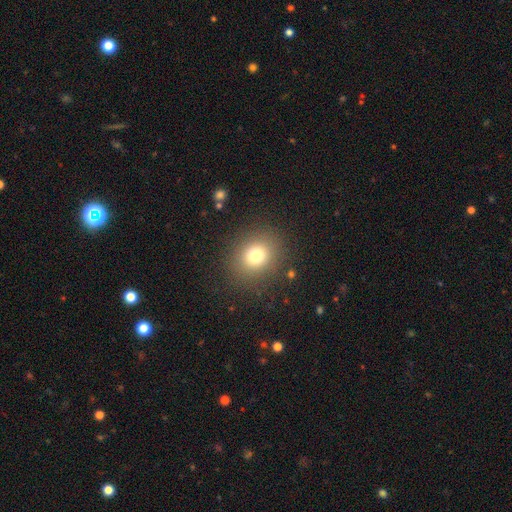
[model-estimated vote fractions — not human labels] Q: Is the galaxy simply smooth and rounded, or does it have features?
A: smooth — 76%.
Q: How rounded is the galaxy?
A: round — 73%.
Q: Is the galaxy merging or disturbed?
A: none — 86%.